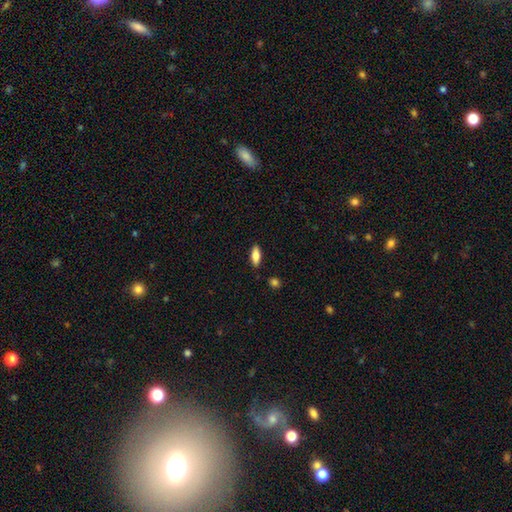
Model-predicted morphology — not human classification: Smooth or featured?
  - smooth: 81% *
  - featured or disk: 13%
  - star or artifact: 6%
How rounded?
  - in between: 73% *
  - cigar-shaped: 25%
  - round: 2%
Merging?
  - none: 88% *
  - minor disturbance: 9%
  - major disturbance: 2%
  - merger: 2%